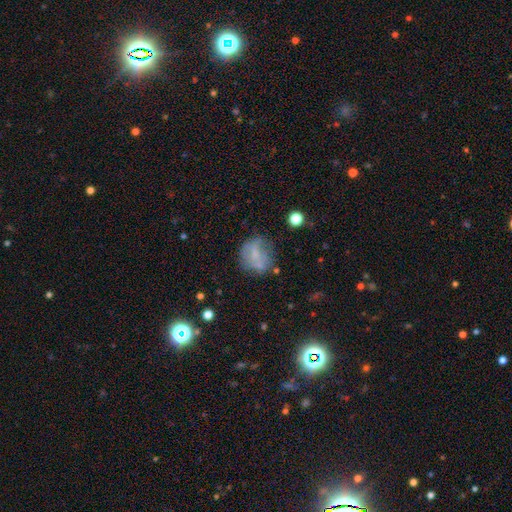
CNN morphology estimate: smooth_or_featured: smooth (p=0.54) [alt: featured or disk p=0.33]
how_rounded: round (p=0.67) [alt: in between p=0.32]
merging: none (p=0.53) [alt: minor disturbance p=0.25]